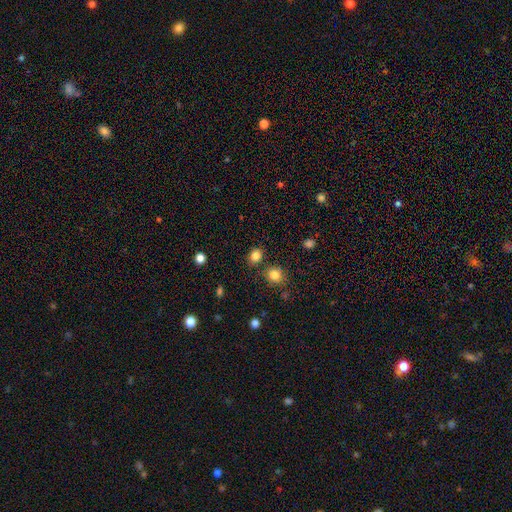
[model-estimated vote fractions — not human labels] A smooth galaxy with no disk features (83%) that is round (56%). Merging: none (78%).